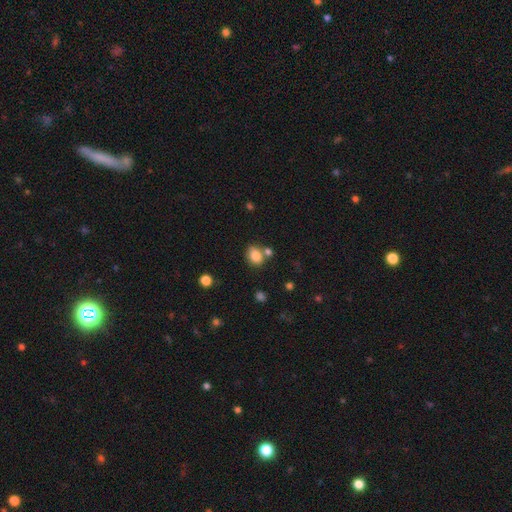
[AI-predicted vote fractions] This appears to be a smooth galaxy with no disk features (84%) that is in between round and cigar-shaped (63%). Merging: none (62%).